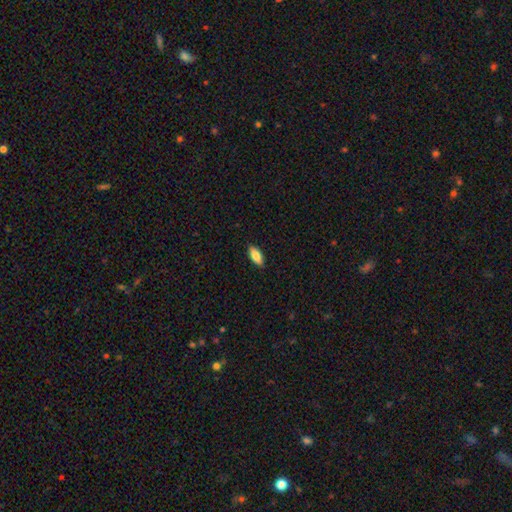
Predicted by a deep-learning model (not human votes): This appears to be a smooth galaxy with no disk features (80%) that is in between round and cigar-shaped (80%). Merging: none (88%).